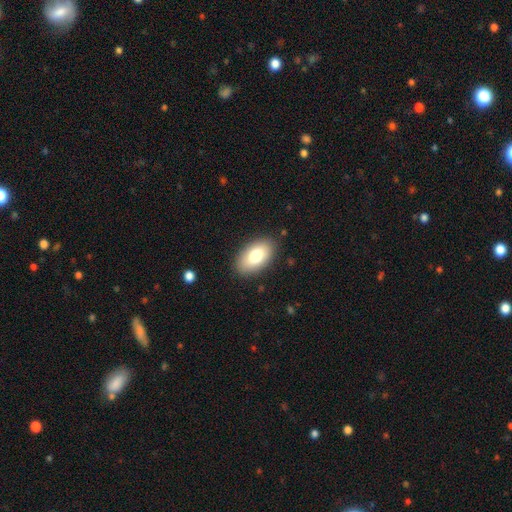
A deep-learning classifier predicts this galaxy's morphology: A smooth galaxy with no disk features (78%) that is in between round and cigar-shaped (93%).

Vote fractions:
- Smooth or featured? smooth: 78% / featured or disk: 15% / star or artifact: 7%
- How rounded? in between: 93% / round: 5% / cigar-shaped: 2%
- Merging? none: 86% / minor disturbance: 10% / major disturbance: 3% / merger: 1%